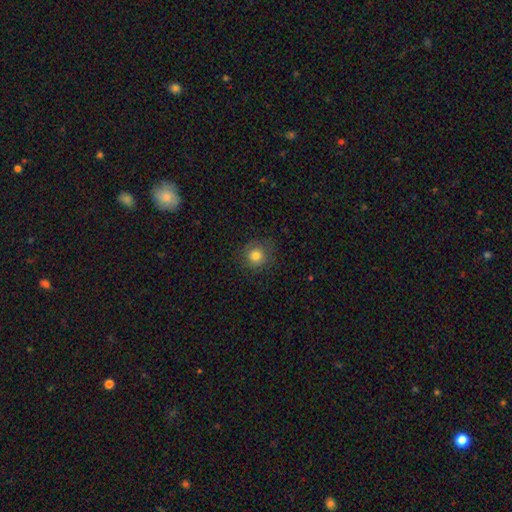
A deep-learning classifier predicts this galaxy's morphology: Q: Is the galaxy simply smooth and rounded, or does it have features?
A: smooth — 79%.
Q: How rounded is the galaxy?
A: round — 92%.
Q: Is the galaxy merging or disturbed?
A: none — 81%.